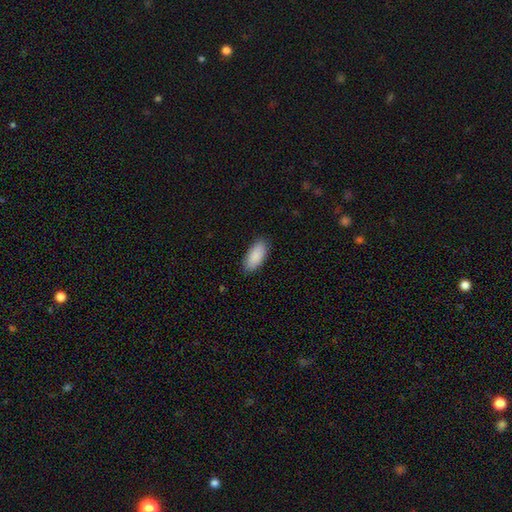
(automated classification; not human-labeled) Smooth or featured? Predicted: smooth (p=0.90). How rounded? Predicted: in between (p=0.90). Merging? Predicted: none (p=0.87).